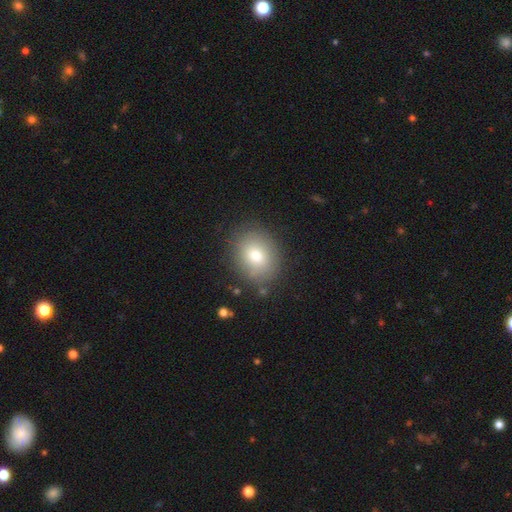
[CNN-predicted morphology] Smooth or featured?
  - smooth: 76% *
  - featured or disk: 13%
  - star or artifact: 11%
How rounded?
  - round: 53% *
  - in between: 46%
  - cigar-shaped: 1%
Merging?
  - none: 85% *
  - minor disturbance: 10%
  - major disturbance: 3%
  - merger: 2%